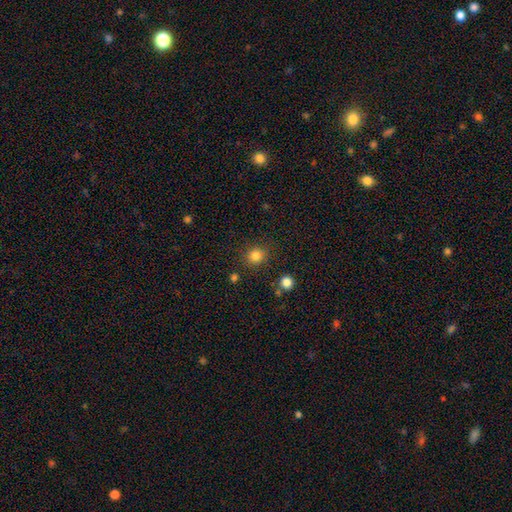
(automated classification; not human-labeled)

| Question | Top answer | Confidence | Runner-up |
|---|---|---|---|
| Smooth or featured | smooth | 84% | star or artifact (12%) |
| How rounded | round | 84% | in between (16%) |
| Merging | none | 85% | minor disturbance (9%) |